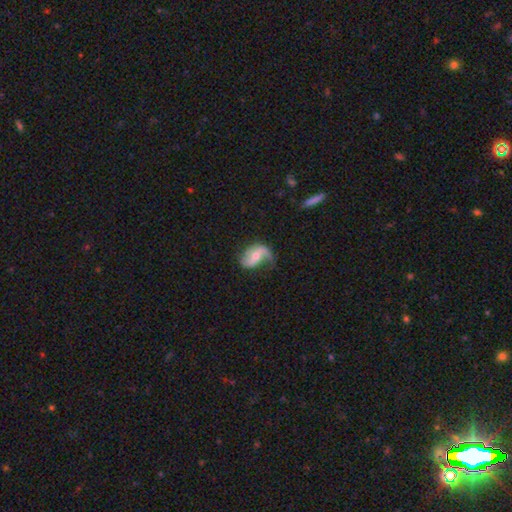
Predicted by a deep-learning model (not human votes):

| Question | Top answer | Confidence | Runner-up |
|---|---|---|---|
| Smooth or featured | featured or disk | 72% | smooth (22%) |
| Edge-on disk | no | 97% | yes (3%) |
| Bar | no | 47% | weak (37%) |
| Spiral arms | yes | 90% | no (10%) |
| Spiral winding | loose | 63% | medium (28%) |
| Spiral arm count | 2 | 66% | 1 (26%) |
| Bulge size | moderate | 56% | small (36%) |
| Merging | none | 46% | minor disturbance (29%) |